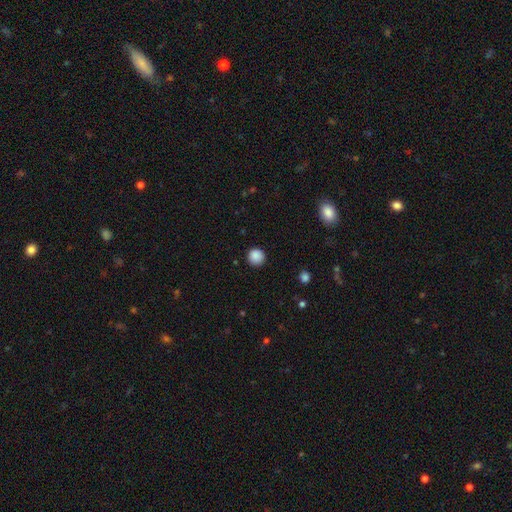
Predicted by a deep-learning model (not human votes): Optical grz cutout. It shows a smooth galaxy with no disk features (88%) that is round (94%). Merging: none (90%).